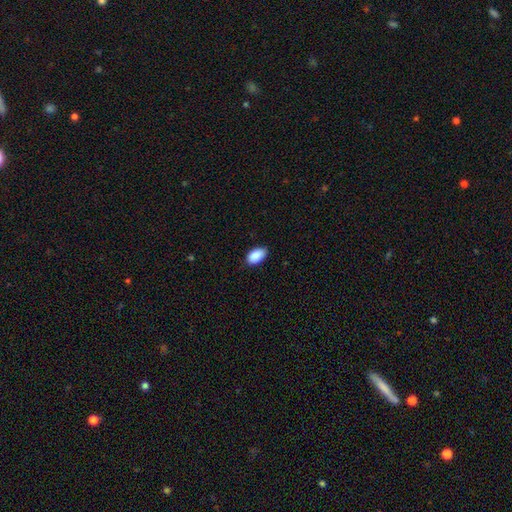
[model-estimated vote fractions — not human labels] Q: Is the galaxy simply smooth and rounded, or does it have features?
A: smooth — 89%.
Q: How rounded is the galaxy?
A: in between — 94%.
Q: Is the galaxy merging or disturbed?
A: none — 82%.